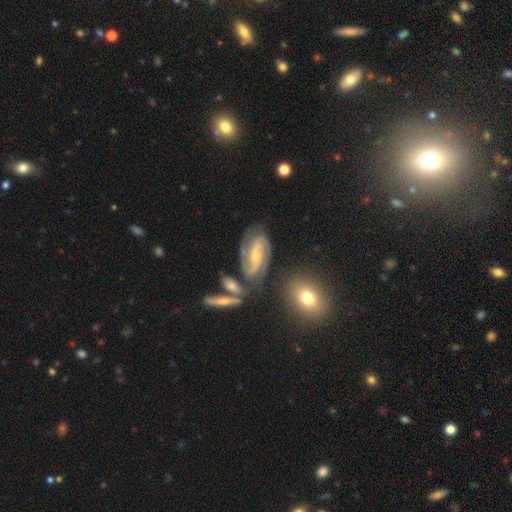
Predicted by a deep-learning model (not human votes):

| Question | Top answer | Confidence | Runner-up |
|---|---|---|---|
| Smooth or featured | featured or disk | 83% | smooth (10%) |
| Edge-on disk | no | 94% | yes (6%) |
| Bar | weak | 36% | no (32%) |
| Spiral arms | yes | 95% | no (5%) |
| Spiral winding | medium | 46% | tight (37%) |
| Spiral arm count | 2 | 70% | 3 (12%) |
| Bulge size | small | 67% | moderate (29%) |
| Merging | none | 65% | minor disturbance (17%) |